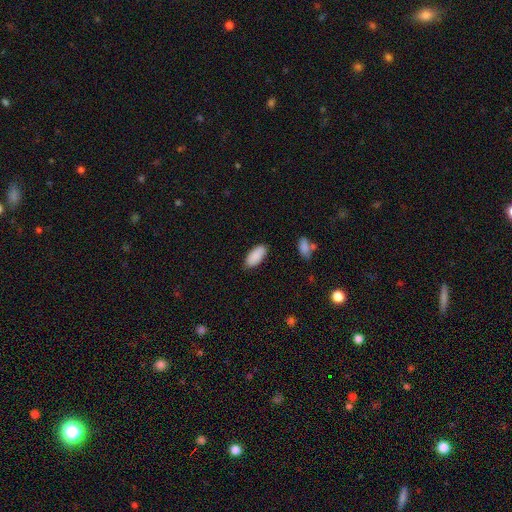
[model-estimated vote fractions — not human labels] smooth_or_featured: smooth (p=0.89) [alt: star or artifact p=0.06]
how_rounded: in between (p=0.90) [alt: cigar-shaped p=0.08]
merging: none (p=0.85) [alt: minor disturbance p=0.11]